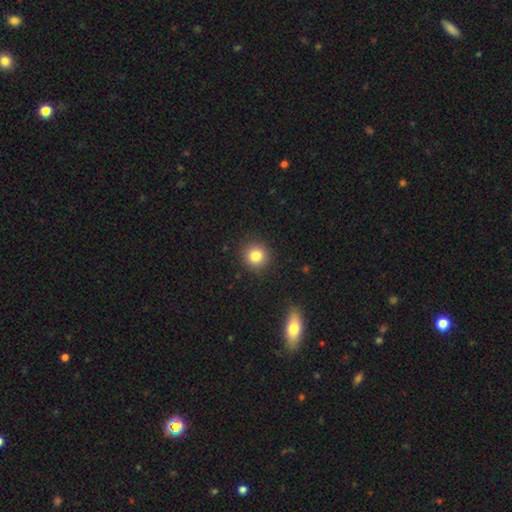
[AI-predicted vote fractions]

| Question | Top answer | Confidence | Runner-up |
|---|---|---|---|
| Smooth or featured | smooth | 82% | star or artifact (11%) |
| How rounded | round | 91% | in between (8%) |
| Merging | none | 91% | minor disturbance (6%) |